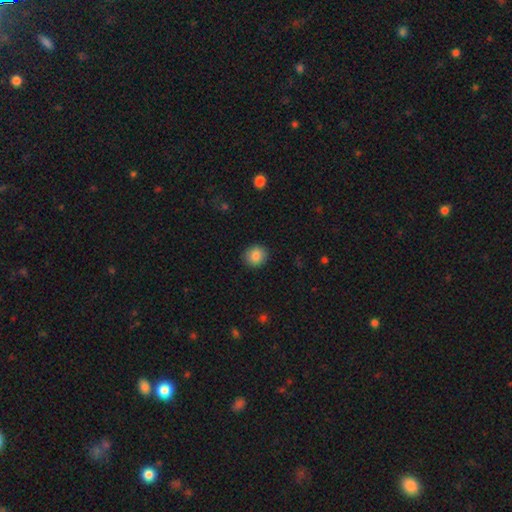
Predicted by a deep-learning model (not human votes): Overall: smooth (86%). How rounded: round (84%). Merging: none (91%).